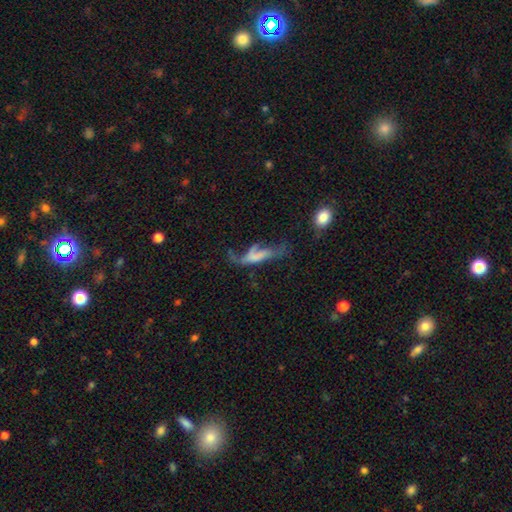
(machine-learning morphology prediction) smooth 44%, featured or disk 43%, star or artifact 12%. Down the decision tree: merging — major disturbance (40%).